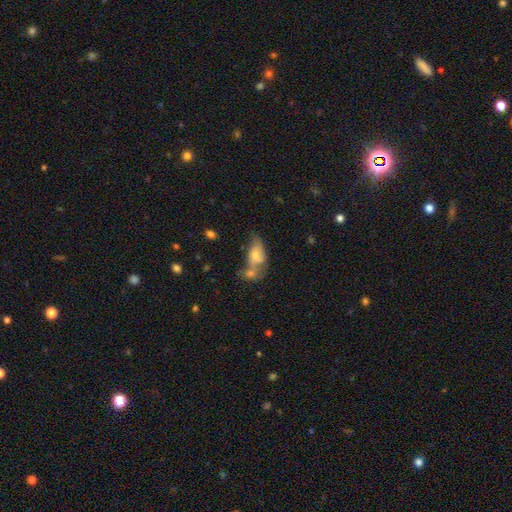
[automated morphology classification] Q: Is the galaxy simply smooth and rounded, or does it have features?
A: smooth — 56%.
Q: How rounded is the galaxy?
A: in between — 81%.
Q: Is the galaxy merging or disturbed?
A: merger — 47%.